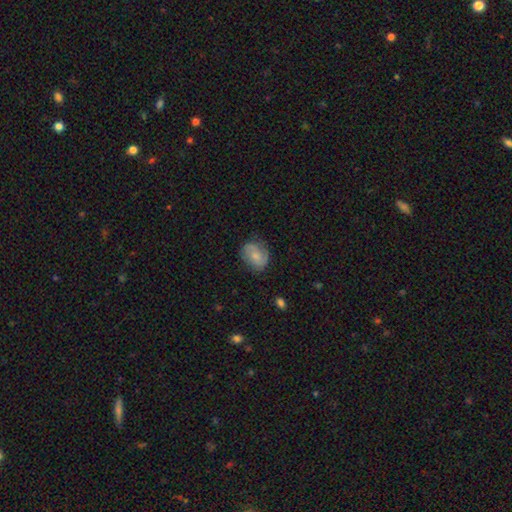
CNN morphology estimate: Overall: smooth (52%; featured or disk 41%). How rounded: in between (54%; round 45%). Merging: none (68%).